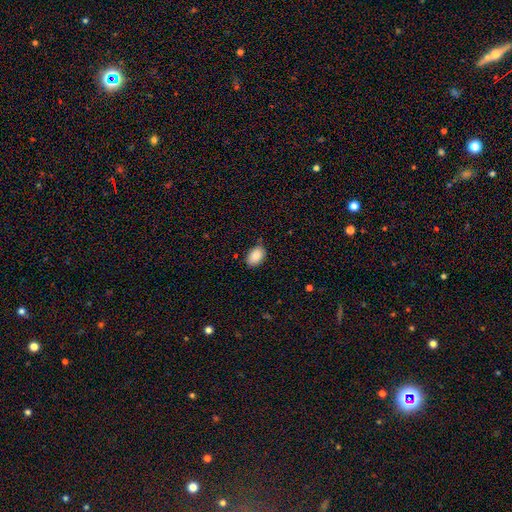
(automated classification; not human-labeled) Overall: smooth (88%). How rounded: in between (88%). Merging: none (77%).